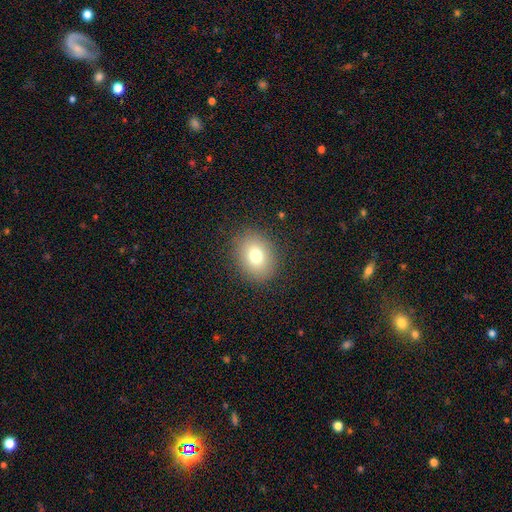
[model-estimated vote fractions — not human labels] Q: Smooth or featured?
A: smooth (75%); runner-up: star or artifact (13%)
Q: How rounded?
A: in between (50%); runner-up: round (49%)
Q: Merging?
A: none (88%); runner-up: minor disturbance (8%)